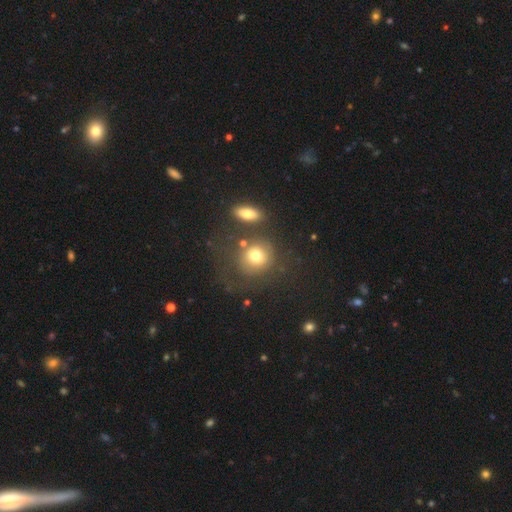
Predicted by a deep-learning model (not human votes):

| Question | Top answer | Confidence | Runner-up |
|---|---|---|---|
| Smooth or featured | smooth | 72% | featured or disk (16%) |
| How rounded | round | 81% | in between (18%) |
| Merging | none | 58% | merger (18%) |